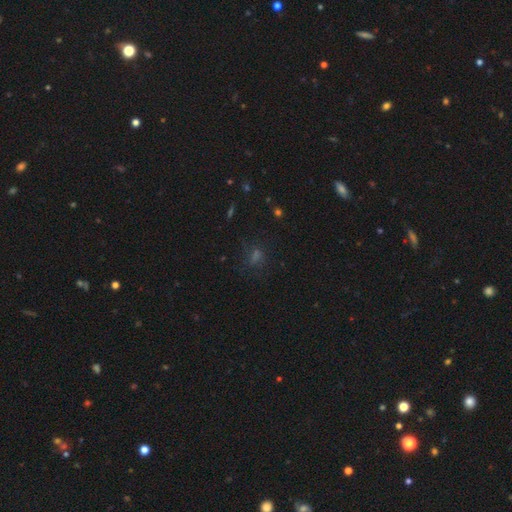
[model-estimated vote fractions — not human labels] A smooth galaxy with no disk features (49%). Merging: none (73%).